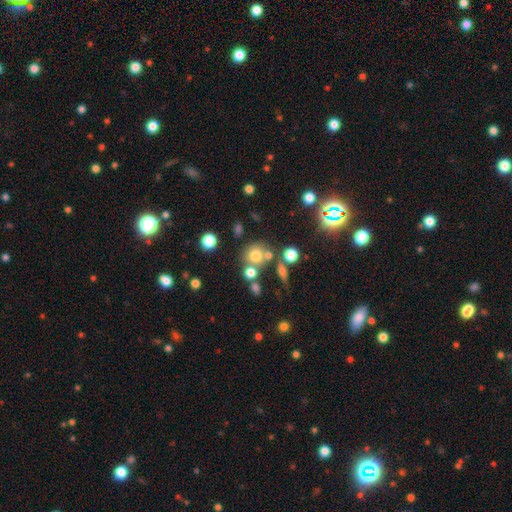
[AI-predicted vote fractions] A smooth galaxy with no disk features (70%) that is round (84%).

Vote fractions:
- Smooth or featured? smooth: 70% / star or artifact: 17% / featured or disk: 13%
- How rounded? round: 84% / in between: 15% / cigar-shaped: 1%
- Merging? none: 59% / merger: 24% / minor disturbance: 11% / major disturbance: 6%